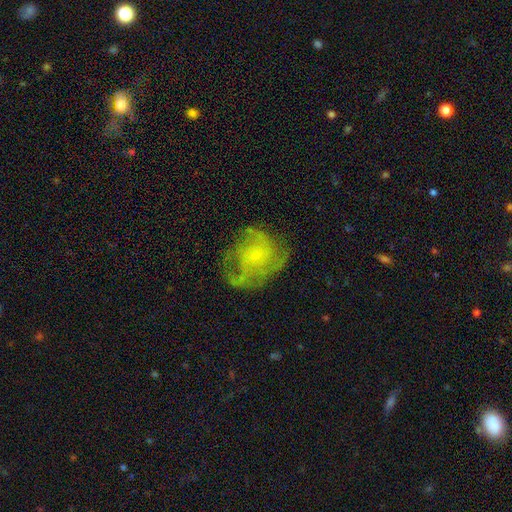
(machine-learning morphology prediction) featured or disk 71%, smooth 20%, star or artifact 9%. Down the decision tree: edge-on disk — no (98%); bar — no (76%); spiral arms — yes (83%); spiral arm count — 3 (30%, tied with can't tell); spiral winding — medium (46%); bulge size — small (74%); merging — none (58%).